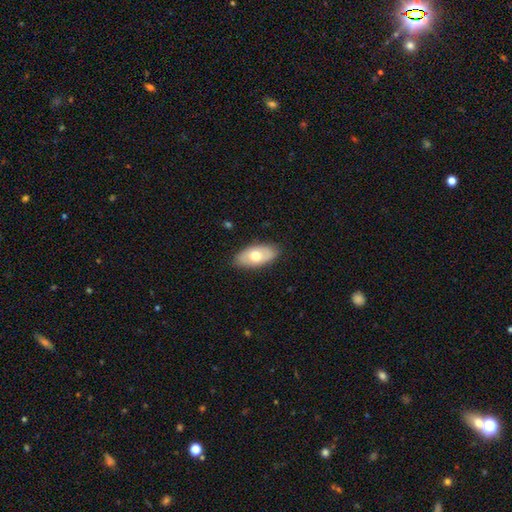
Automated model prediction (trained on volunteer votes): Smooth or featured: smooth — 64% (featured or disk — 30%)
How rounded: in between — 92% (cigar-shaped — 4%)
Merging: none — 84% (minor disturbance — 12%)